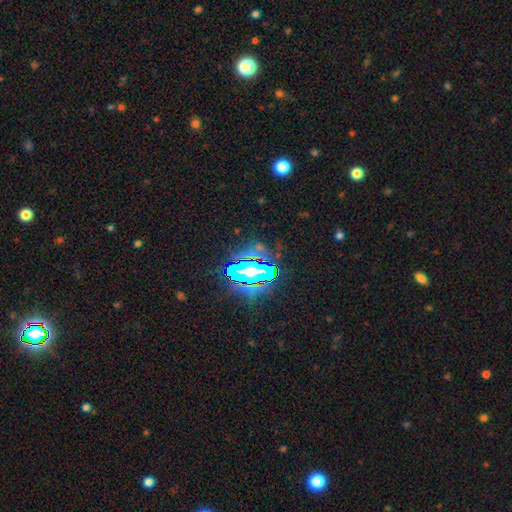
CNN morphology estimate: smooth_or_featured: star or artifact (p=0.81) [alt: smooth p=0.11]